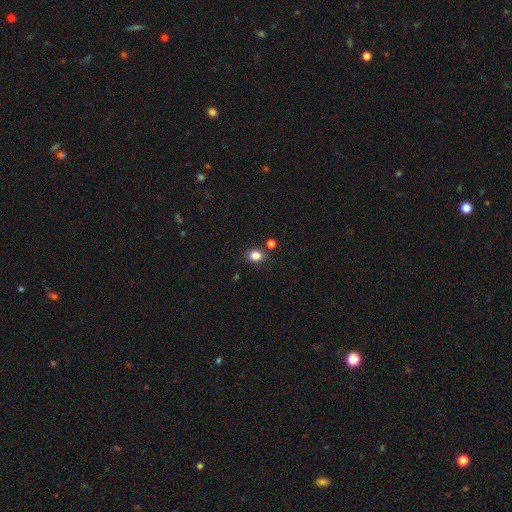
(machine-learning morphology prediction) smooth 84%, star or artifact 11%, featured or disk 5%. Down the decision tree: how rounded — round (51%); merging — none (82%).